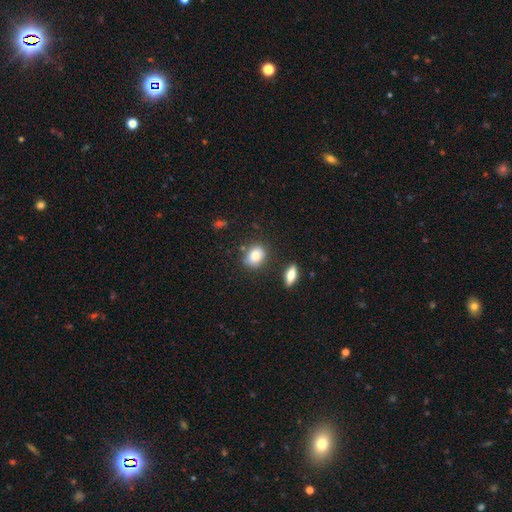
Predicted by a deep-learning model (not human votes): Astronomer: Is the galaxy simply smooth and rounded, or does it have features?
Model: smooth — 81%.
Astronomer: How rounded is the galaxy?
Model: in between — 56% (runner-up: round, 42%).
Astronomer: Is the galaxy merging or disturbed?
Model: none — 75%.